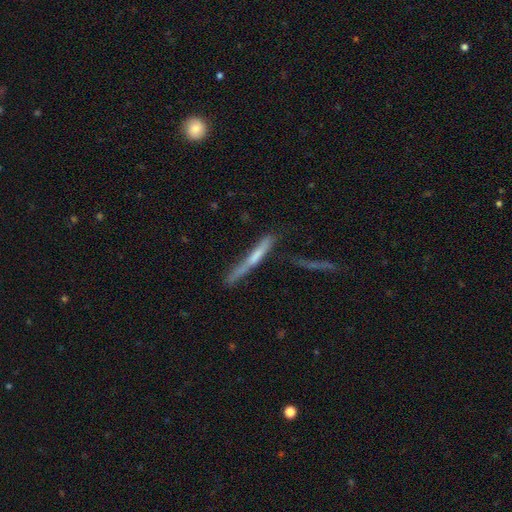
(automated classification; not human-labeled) This is possibly a featured or disk galaxy (48%). Merging: likely none (61%).